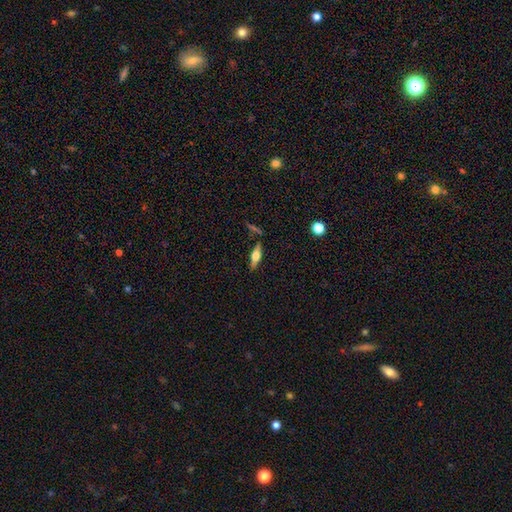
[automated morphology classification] Smooth or featured? Predicted: featured or disk (p=0.54). Edge-on disk? Predicted: yes (p=0.93). Merging? Predicted: none (p=0.82).